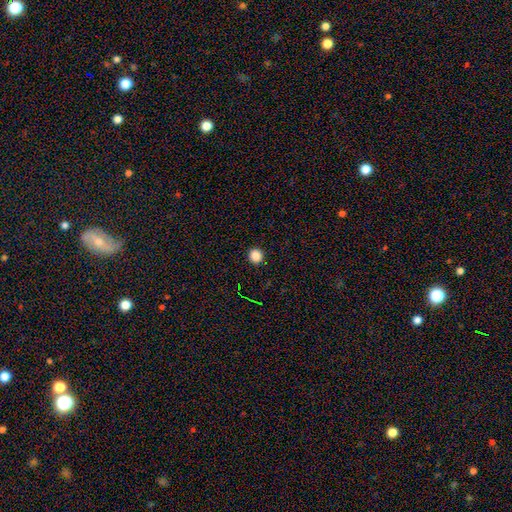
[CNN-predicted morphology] Smooth or featured? smooth (85%)
How rounded? round (93%)
Merging? none (93%)